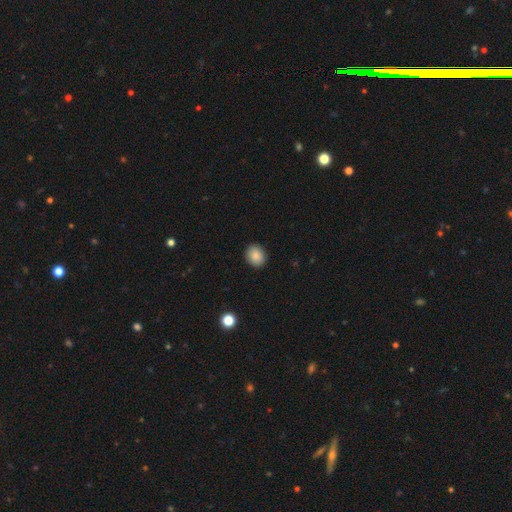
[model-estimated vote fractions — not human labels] Smooth or featured? smooth (86%)
How rounded? round (57%)
Merging? none (91%)